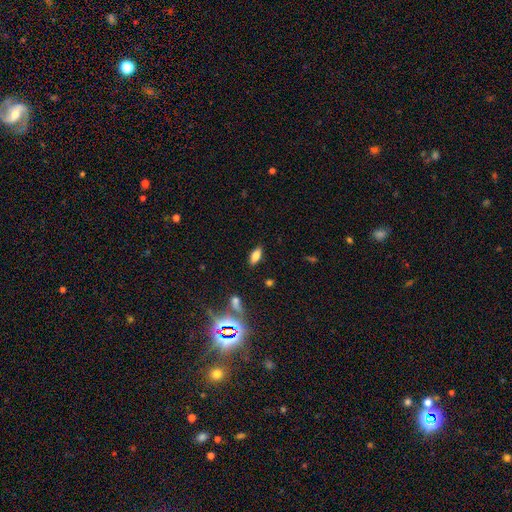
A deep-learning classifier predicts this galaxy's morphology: Q: Smooth or featured?
A: smooth (73%); runner-up: featured or disk (16%)
Q: How rounded?
A: in between (83%); runner-up: cigar-shaped (14%)
Q: Merging?
A: none (85%); runner-up: minor disturbance (10%)